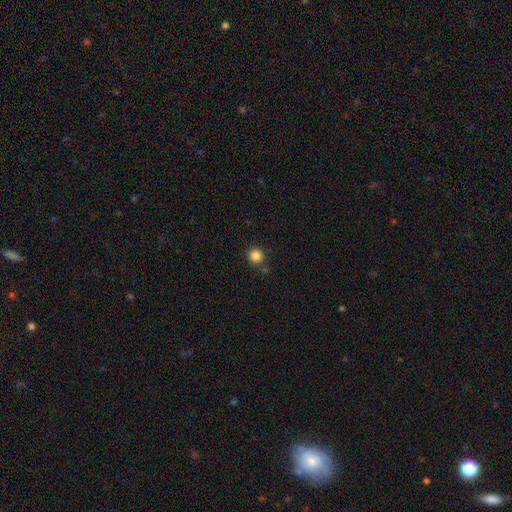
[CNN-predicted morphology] smooth 85%, star or artifact 11%, featured or disk 3%. Down the decision tree: how rounded — round (92%); merging — none (83%).